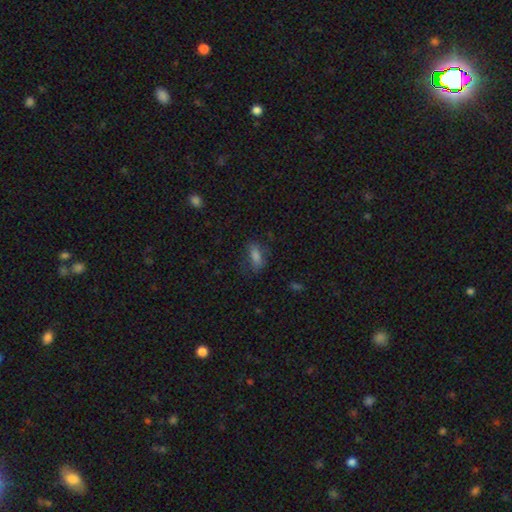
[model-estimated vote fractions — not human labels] smooth_or_featured: smooth (p=0.74) [alt: star or artifact p=0.13]
how_rounded: in between (p=0.78) [alt: cigar-shaped p=0.16]
merging: none (p=0.66) [alt: minor disturbance p=0.21]